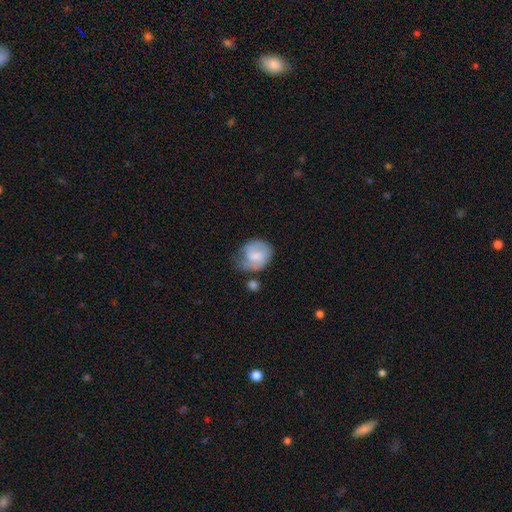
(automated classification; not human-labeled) Q: Smooth or featured?
A: smooth (56%); runner-up: featured or disk (37%)
Q: How rounded?
A: round (62%); runner-up: in between (37%)
Q: Merging?
A: none (42%); runner-up: minor disturbance (33%)